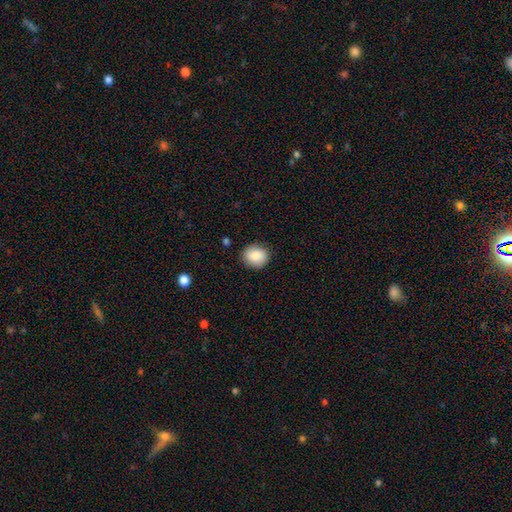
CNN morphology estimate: smooth_or_featured: smooth (p=0.86) [alt: star or artifact p=0.08]
how_rounded: round (p=0.73) [alt: in between p=0.26]
merging: none (p=0.86) [alt: minor disturbance p=0.10]